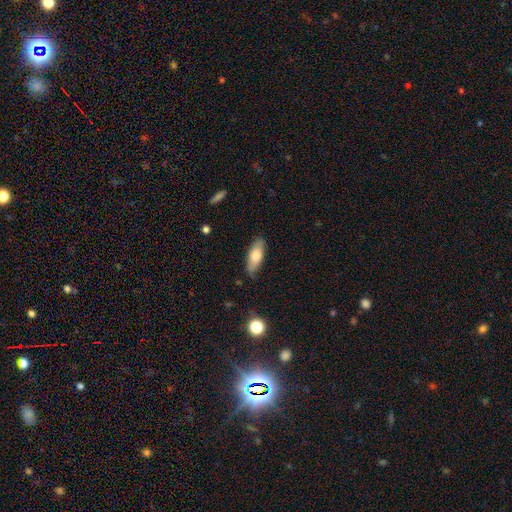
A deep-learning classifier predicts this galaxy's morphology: type=smooth (73%); roundness=in between (70%); merging=none (82%).